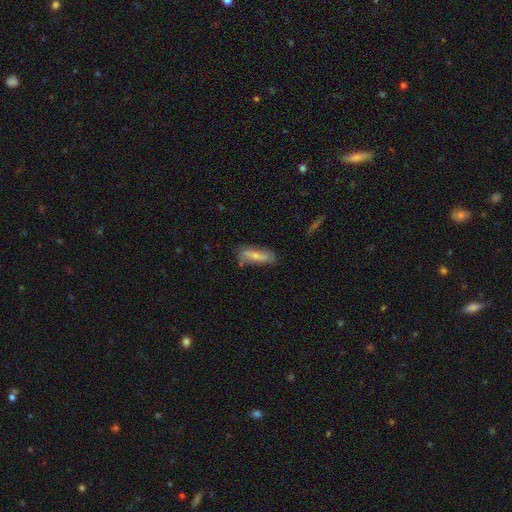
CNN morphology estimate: A smooth galaxy with no disk features (57%) that is cigar-shaped (50%).

Vote fractions:
- Smooth or featured? smooth: 57% / featured or disk: 36% / star or artifact: 7%
- How rounded? cigar-shaped: 50% / in between: 47% / round: 3%
- Merging? none: 68% / minor disturbance: 22% / major disturbance: 6% / merger: 5%